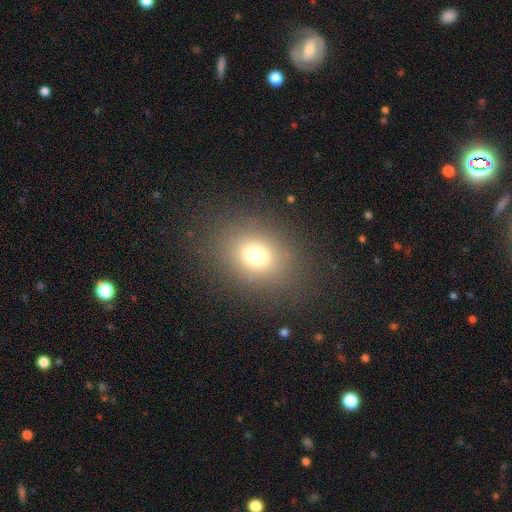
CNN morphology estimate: This is likely a smooth galaxy (72%). How rounded: possibly round (51%). Merging: clearly none (84%).